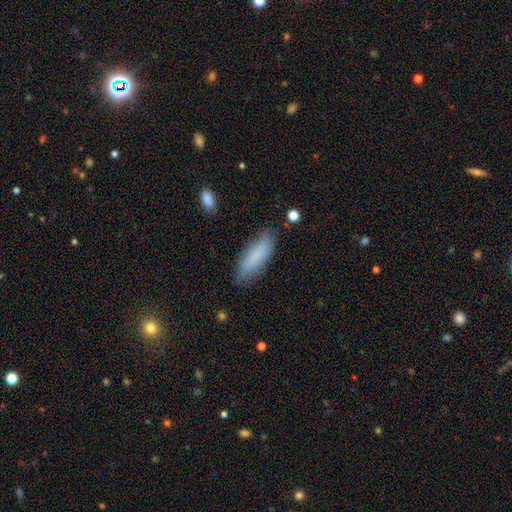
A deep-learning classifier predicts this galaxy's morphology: Smooth or featured: smooth — 79% (featured or disk — 13%)
How rounded: in between — 51% (cigar-shaped — 47%)
Merging: none — 79% (minor disturbance — 16%)